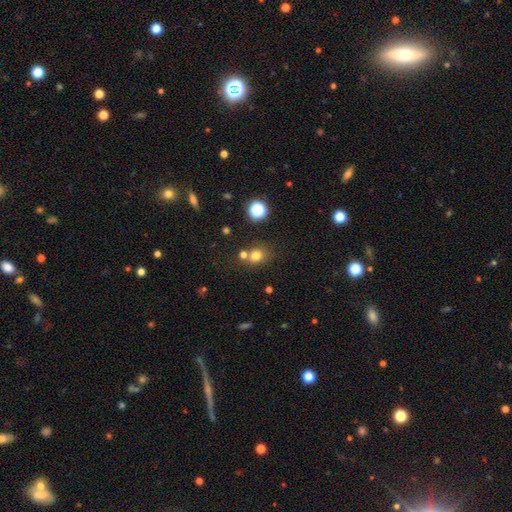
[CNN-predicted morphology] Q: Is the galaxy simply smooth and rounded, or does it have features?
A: smooth — 75%.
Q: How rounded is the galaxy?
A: round — 72%.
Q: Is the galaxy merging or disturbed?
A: none — 63%.